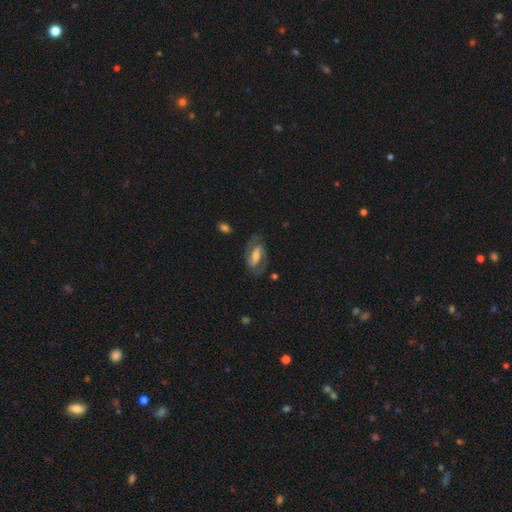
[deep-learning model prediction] smooth_or_featured: featured or disk (p=0.78) [alt: smooth p=0.16]
disk_edge_on: no (p=0.95) [alt: yes p=0.05]
bar: strong (p=0.45) [alt: weak p=0.37]
has_spiral_arms: yes (p=0.91) [alt: no p=0.09]
spiral_winding: medium (p=0.52) [alt: tight p=0.30]
spiral_arm_count: 2 (p=0.89) [alt: can't tell p=0.05]
bulge_size: moderate (p=0.45) [alt: small p=0.32]
merging: none (p=0.75) [alt: minor disturbance p=0.15]